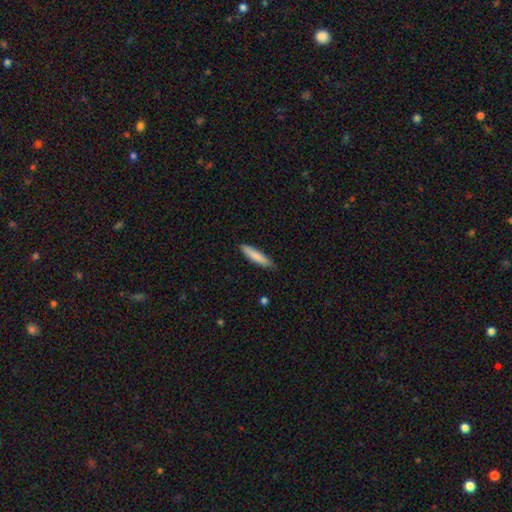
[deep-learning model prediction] Smooth or featured? Predicted: smooth (p=0.82). How rounded? Predicted: cigar-shaped (p=0.81). Merging? Predicted: none (p=0.80).